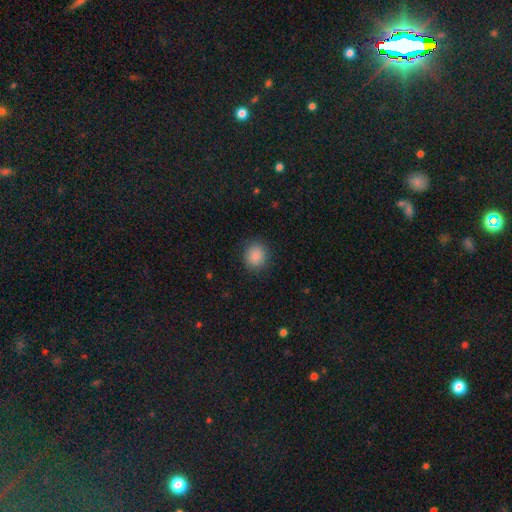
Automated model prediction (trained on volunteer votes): Morphology: type=smooth (87%); roundness=round (80%); merging=none (88%).